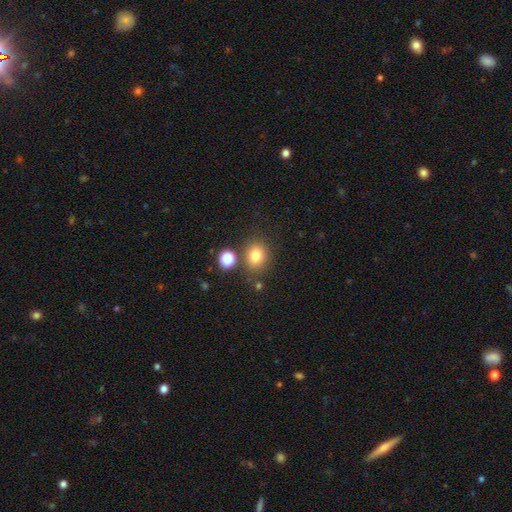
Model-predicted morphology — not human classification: smooth-or-featured: smooth: 79% | star or artifact: 13% | featured or disk: 8%
  how-rounded: round: 64% | in between: 35% | cigar-shaped: 1%
  merging: none: 77% | minor disturbance: 11% | merger: 9% | major disturbance: 4%